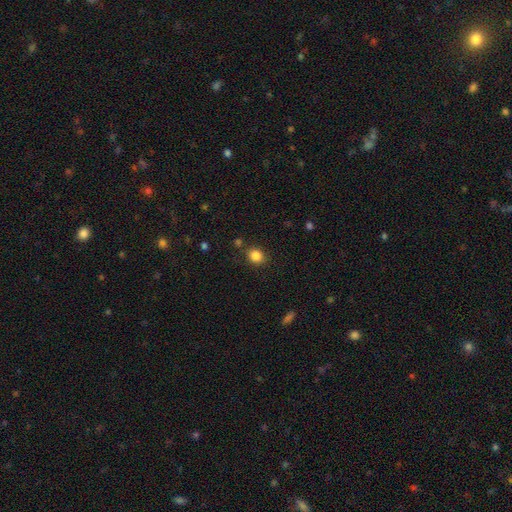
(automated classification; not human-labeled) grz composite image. It shows a smooth galaxy with no disk features (85%) that is round (64%). Merging: none (82%).